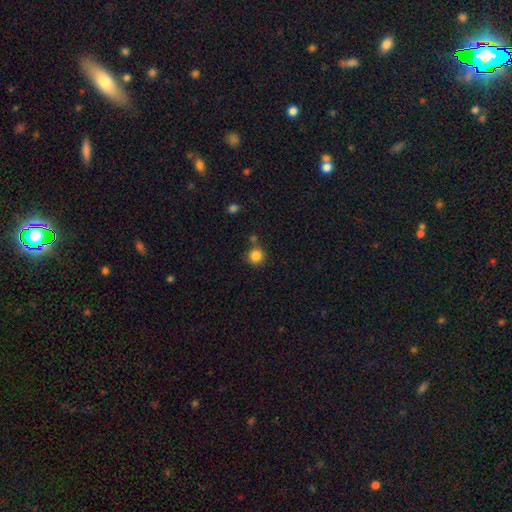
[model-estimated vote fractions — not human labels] smooth_or_featured: smooth (p=0.85) [alt: star or artifact p=0.11]
how_rounded: round (p=0.93) [alt: in between p=0.06]
merging: none (p=0.77) [alt: minor disturbance p=0.10]